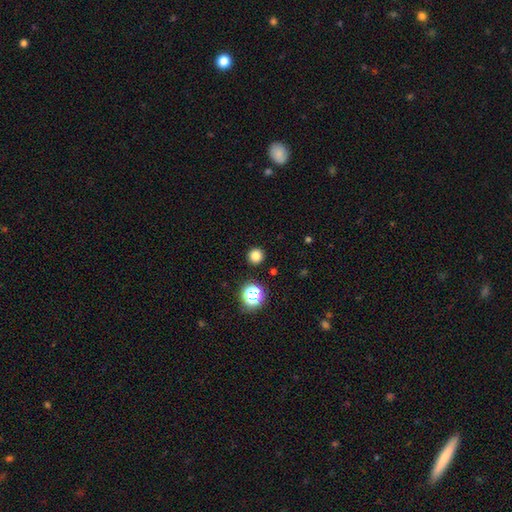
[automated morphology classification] This is likely a smooth galaxy (79%). How rounded: clearly round (95%). Merging: clearly none (91%).